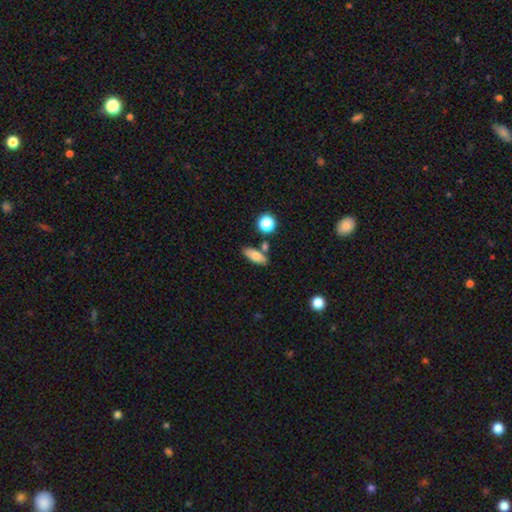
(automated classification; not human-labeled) Smooth or featured? Predicted: smooth (p=0.75). How rounded? Predicted: in between (p=0.75). Merging? Predicted: none (p=0.75).